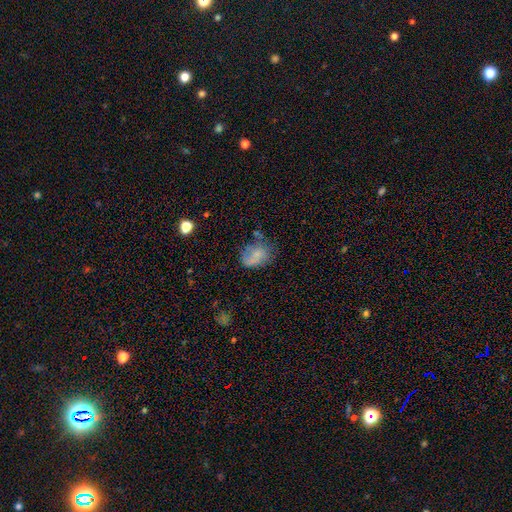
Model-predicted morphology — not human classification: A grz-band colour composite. It shows a smooth galaxy with no disk features (65%) that is in between round and cigar-shaped (62%). Merging: none (45%).